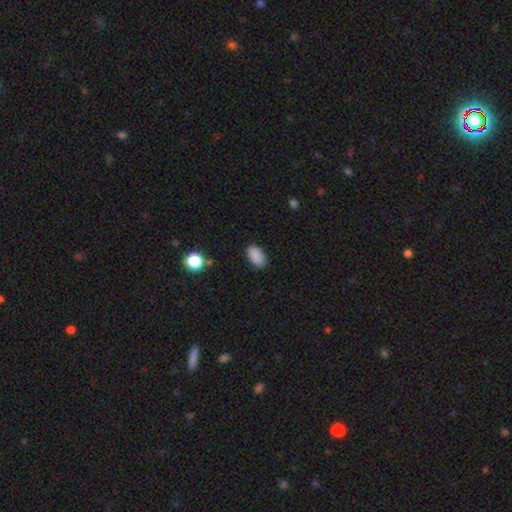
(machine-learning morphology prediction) The model was most divided on "merging": none: 84%, minor disturbance: 12%, major disturbance: 3%, merger: 1%. More confident: how rounded — in between (92%); smooth or featured — smooth (88%).